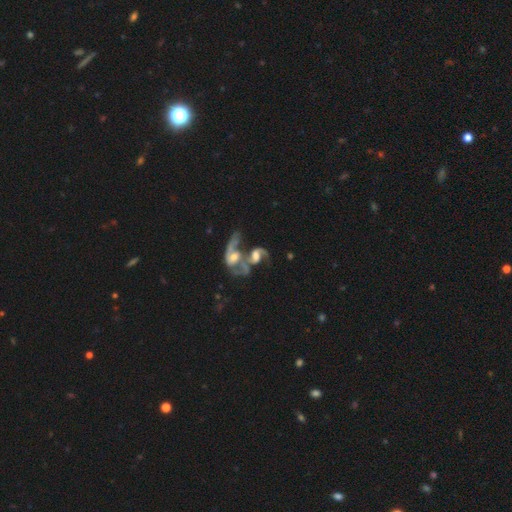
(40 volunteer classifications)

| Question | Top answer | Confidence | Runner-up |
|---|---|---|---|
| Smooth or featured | featured or disk | 88% | smooth (8%) |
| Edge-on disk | no | 100% | — |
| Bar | weak | 63% | no (26%) |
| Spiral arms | yes | 97% | no (3%) |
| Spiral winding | loose | 53% | medium (38%) |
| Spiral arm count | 2 | 82% | 1 (6%) |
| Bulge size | moderate | 34% | large (29%) |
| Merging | merger | 74% | major disturbance (16%) |